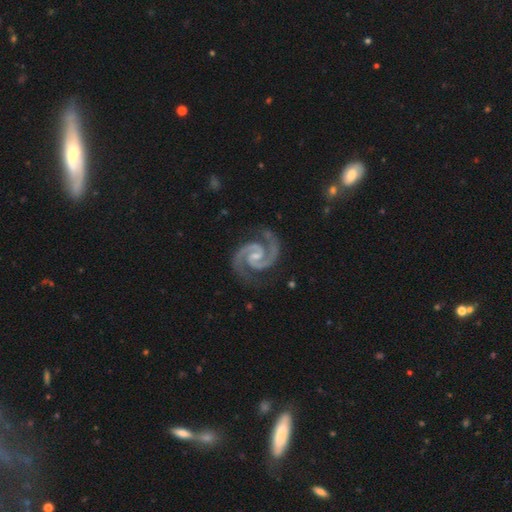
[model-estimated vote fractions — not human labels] Smooth or featured?
  - featured or disk: 95% *
  - star or artifact: 3%
  - smooth: 2%
Edge-on disk?
  - no: 99% *
  - yes: 1%
Bar?
  - weak: 43% *
  - no: 39%
  - strong: 18%
Spiral arms?
  - yes: 99% *
  - no: 1%
Spiral winding?
  - medium: 57% *
  - tight: 37%
  - loose: 6%
Spiral arm count?
  - 2: 95% *
  - 3: 1%
  - can't tell: 1%
  - 1: 1%
  - 4: 1%
  - more than 4: 1%
Bulge size?
  - small: 57% *
  - moderate: 26%
  - none: 15%
  - large: 1%
  - dominant: 1%
Merging?
  - none: 82% *
  - minor disturbance: 13%
  - major disturbance: 3%
  - merger: 2%